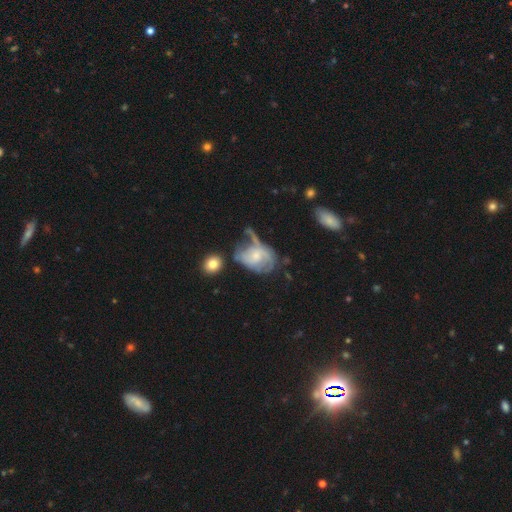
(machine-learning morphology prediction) This is likely a featured or disk galaxy (66%). It is clearly not viewed edge-on (97%). Bar: likely no (65%). Spiral arm pattern: likely yes (78%). Central bulge: possibly small (55%). Merging: marginally major disturbance (30%).